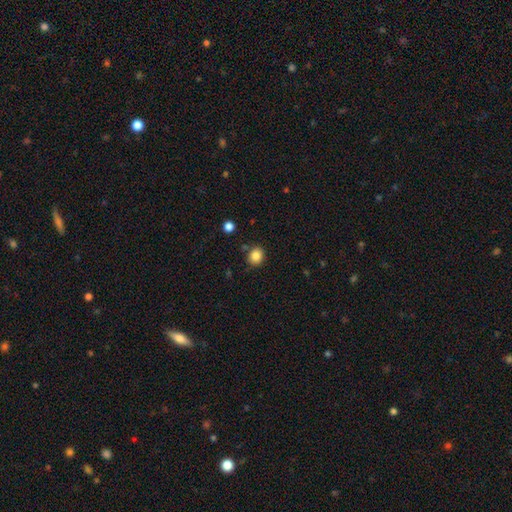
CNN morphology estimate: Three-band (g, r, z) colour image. It shows a smooth galaxy with no disk features (85%) that is round (76%). Merging: none (84%).